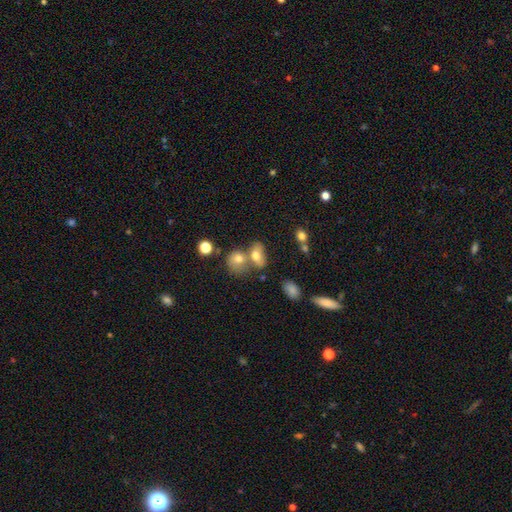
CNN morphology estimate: smooth 72%, featured or disk 17%, star or artifact 10%. Down the decision tree: how rounded — in between (74%); merging — merger (50%).